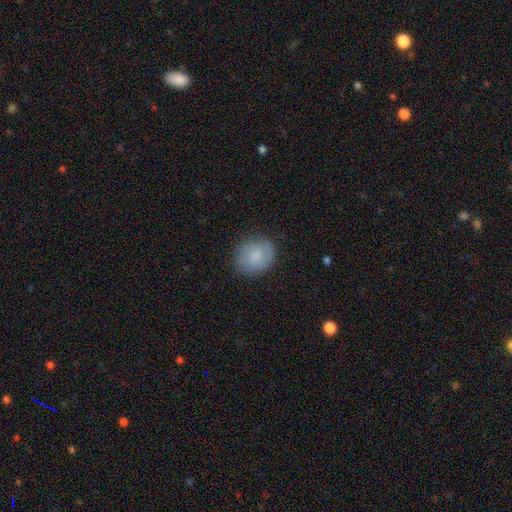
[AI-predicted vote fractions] This appears to be a smooth galaxy with no disk features (77%) that is round (69%). Merging: none (79%).